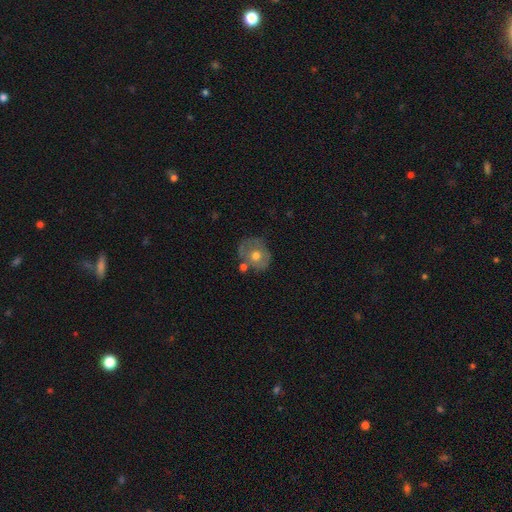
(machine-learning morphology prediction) The model was most divided on "smooth or featured": smooth: 52%, featured or disk: 40%, star or artifact: 8%. More confident: how rounded — round (66%); merging — none (59%).